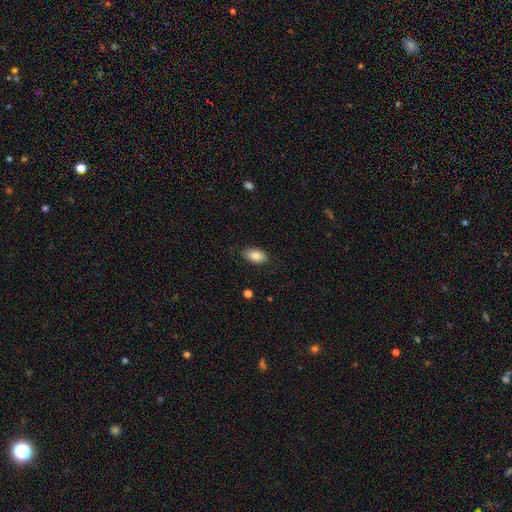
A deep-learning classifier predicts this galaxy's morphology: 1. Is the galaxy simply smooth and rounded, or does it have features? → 85% smooth, 8% featured or disk, 7% star or artifact.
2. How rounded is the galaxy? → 93% in between, 4% round, 3% cigar-shaped.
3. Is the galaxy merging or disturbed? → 82% none, 14% minor disturbance, 3% major disturbance, 1% merger.